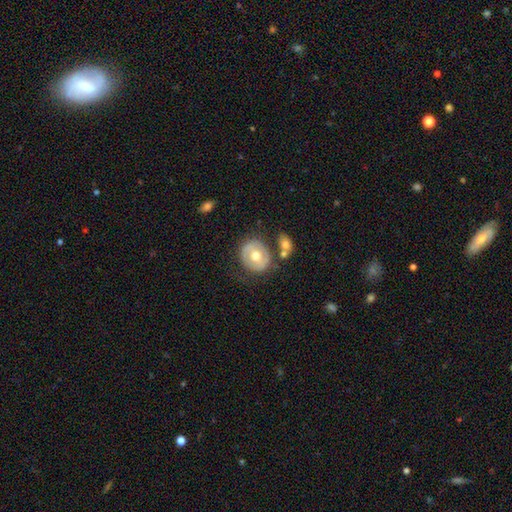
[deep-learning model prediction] Overall: featured or disk (48%; smooth 46%). Merging: none (70%).